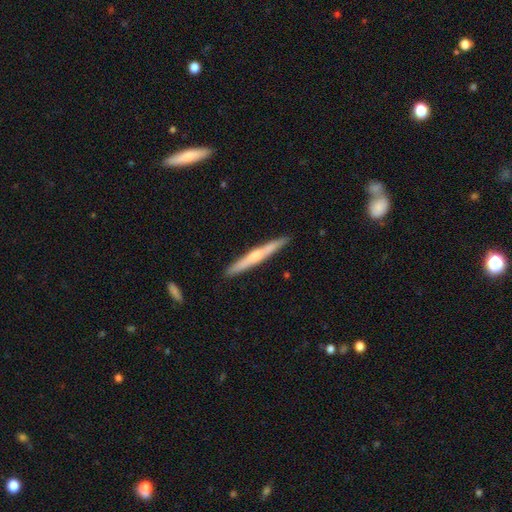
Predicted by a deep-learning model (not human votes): Overall: featured or disk (52%; smooth 43%). Edge-on disk: yes (97%). Edge-on bulge: rounded (57%; none 36%). Merging: none (90%).